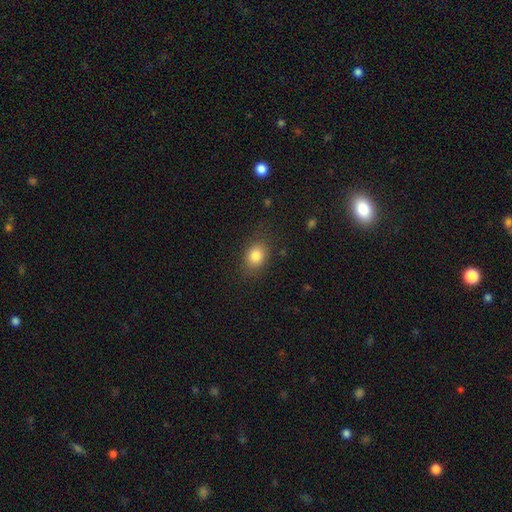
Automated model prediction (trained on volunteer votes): Smooth or featured?
  - smooth: 83% *
  - star or artifact: 10%
  - featured or disk: 7%
How rounded?
  - in between: 59% *
  - round: 40%
  - cigar-shaped: 1%
Merging?
  - none: 80% *
  - minor disturbance: 14%
  - major disturbance: 5%
  - merger: 1%